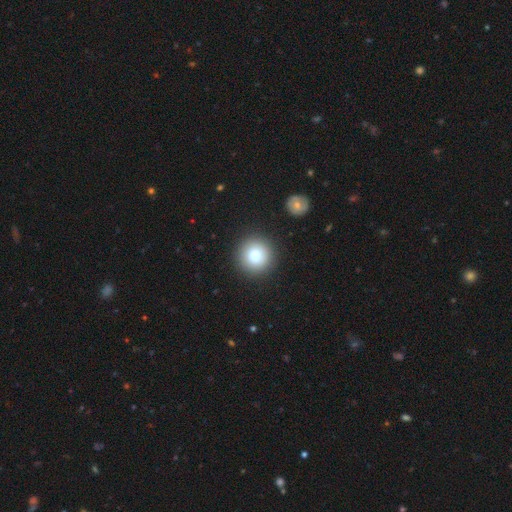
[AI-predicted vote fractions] Smooth or featured?
  - smooth: 76% *
  - featured or disk: 12%
  - star or artifact: 12%
How rounded?
  - round: 96% *
  - in between: 3%
  - cigar-shaped: 1%
Merging?
  - none: 91% *
  - minor disturbance: 5%
  - major disturbance: 2%
  - merger: 2%